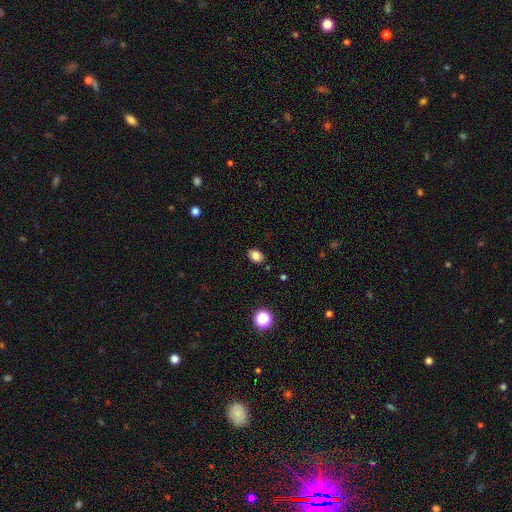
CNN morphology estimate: A smooth galaxy with no disk features (83%) that is in between round and cigar-shaped (64%).

Vote fractions:
- Smooth or featured? smooth: 83% / star or artifact: 11% / featured or disk: 6%
- How rounded? in between: 64% / round: 35% / cigar-shaped: 1%
- Merging? none: 87% / minor disturbance: 9% / major disturbance: 2% / merger: 2%